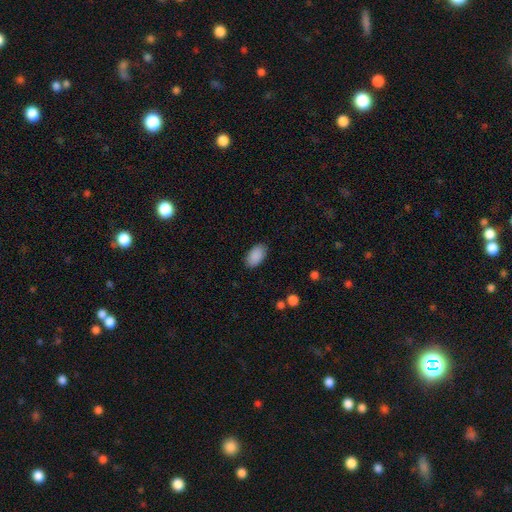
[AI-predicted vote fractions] Smooth or featured: smooth — 90% (star or artifact — 7%)
How rounded: in between — 95% (round — 4%)
Merging: none — 88% (minor disturbance — 9%)